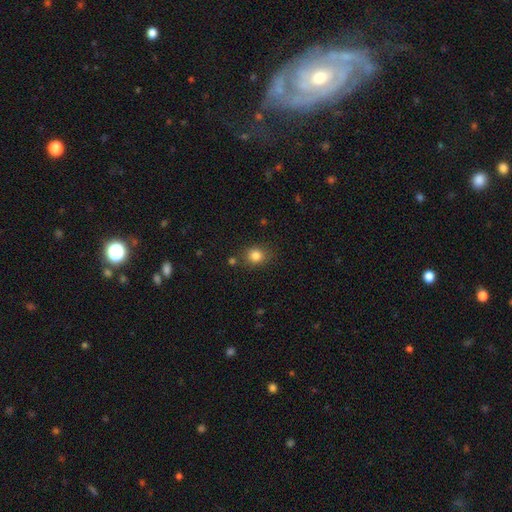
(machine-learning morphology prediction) smooth 83%, star or artifact 11%, featured or disk 6%. Down the decision tree: how rounded — round (73%); merging — none (79%).